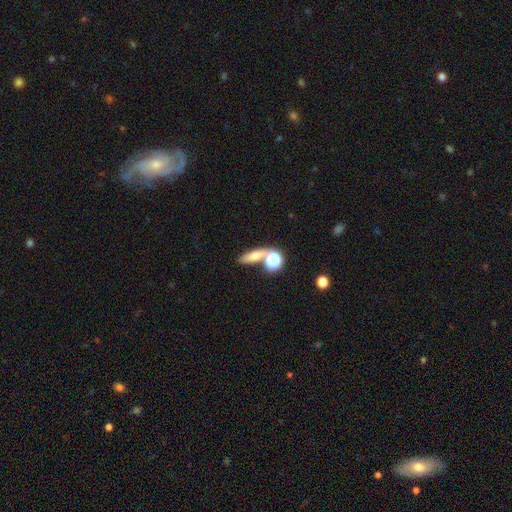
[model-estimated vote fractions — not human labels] The model was most divided on "how rounded": in between: 39%, cigar-shaped: 36%, round: 25%. More confident: smooth or featured — smooth (66%); merging — none (60%).